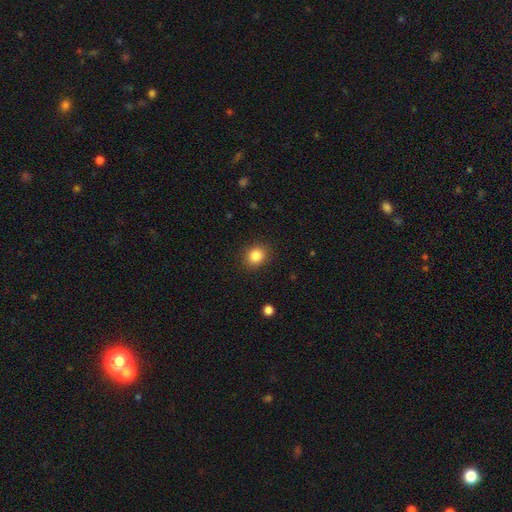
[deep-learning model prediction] Smooth or featured: smooth — 85% (star or artifact — 10%)
How rounded: round — 76% (in between — 23%)
Merging: none — 89% (minor disturbance — 8%)